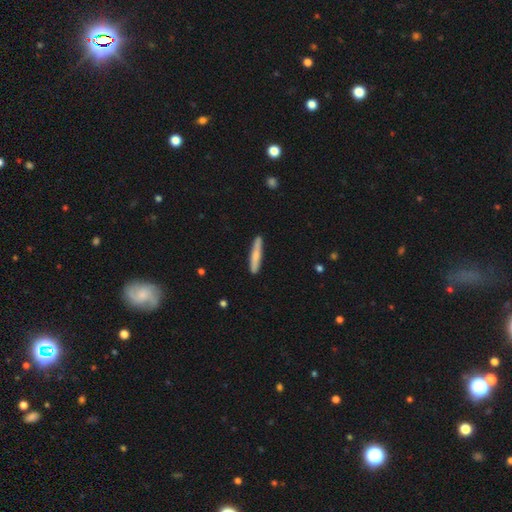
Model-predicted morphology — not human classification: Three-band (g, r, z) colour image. It shows a smooth galaxy with no disk features (70%) that is cigar-shaped (94%). Merging: none (87%).